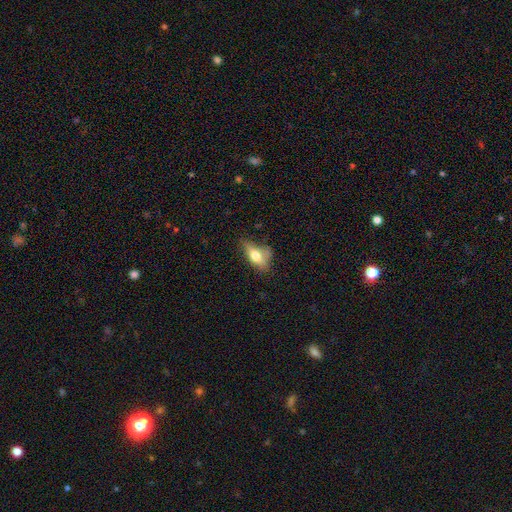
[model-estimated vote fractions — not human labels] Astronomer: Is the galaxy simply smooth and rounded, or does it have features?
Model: smooth — 63%.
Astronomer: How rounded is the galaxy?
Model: in between — 77%.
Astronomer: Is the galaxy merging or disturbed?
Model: none — 41% (runner-up: minor disturbance, 33%).